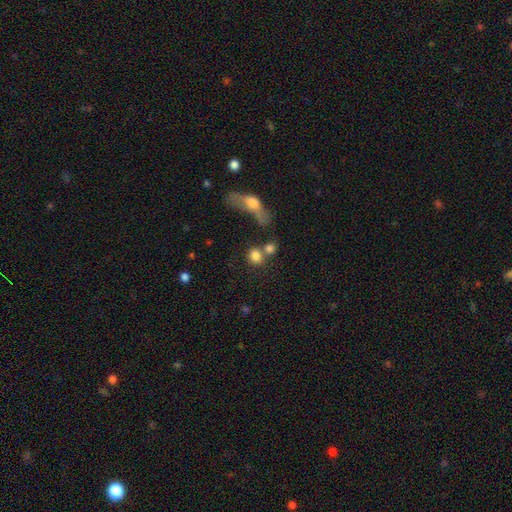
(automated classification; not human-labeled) smooth 80%, star or artifact 10%, featured or disk 9%. Down the decision tree: how rounded — round (73%); merging — none (49%).